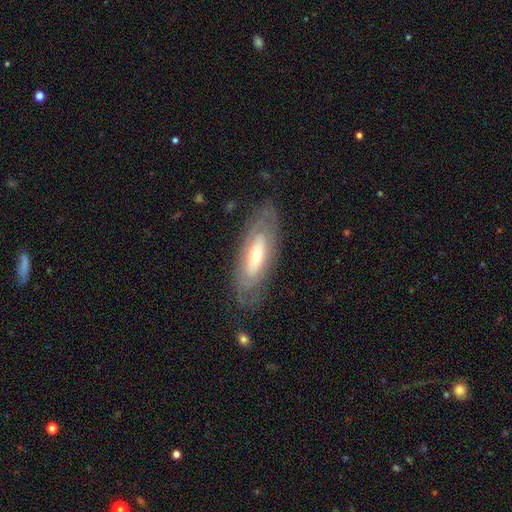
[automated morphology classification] Smooth or featured? featured or disk (61%)
Edge-on disk? no (75%)
Merging? none (77%)